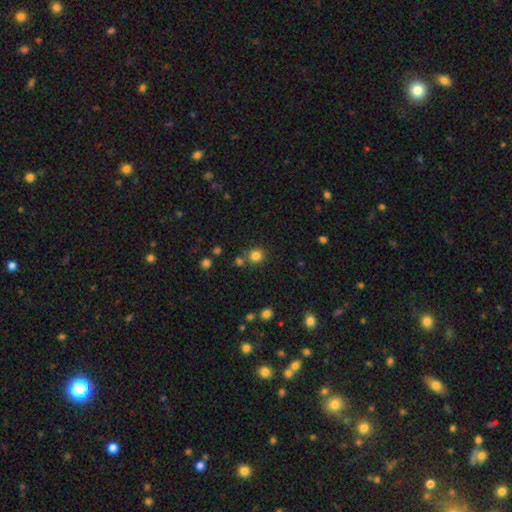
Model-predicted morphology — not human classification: This appears to be a smooth galaxy with no disk features (81%) that is round (89%). Merging: none (76%).